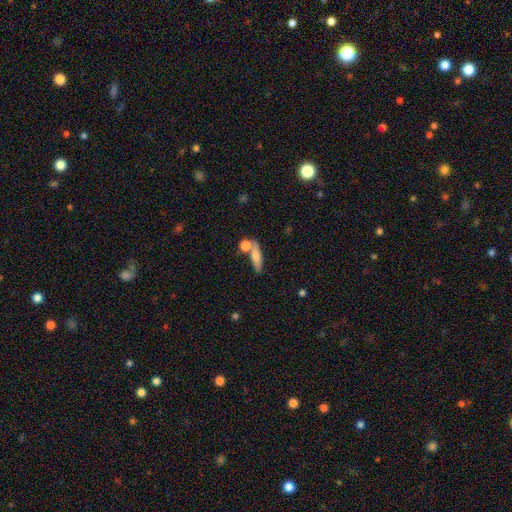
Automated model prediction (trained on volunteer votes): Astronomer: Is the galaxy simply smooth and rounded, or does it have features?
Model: smooth — 72%.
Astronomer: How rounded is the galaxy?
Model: cigar-shaped — 52% (runner-up: in between, 39%).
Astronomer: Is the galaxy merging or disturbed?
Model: none — 57%.